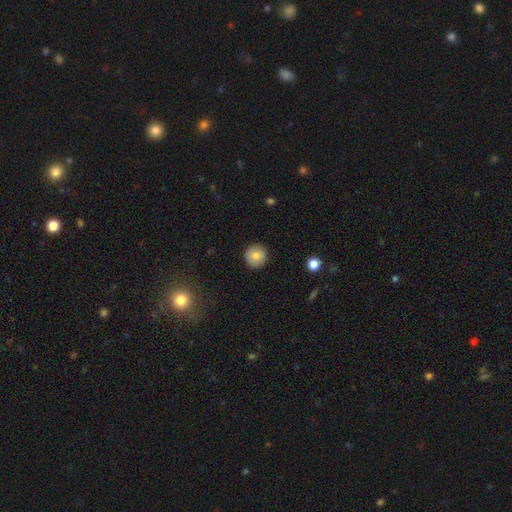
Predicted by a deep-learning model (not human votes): smooth 81%, featured or disk 10%, star or artifact 8%. Down the decision tree: how rounded — round (95%); merging — none (91%).